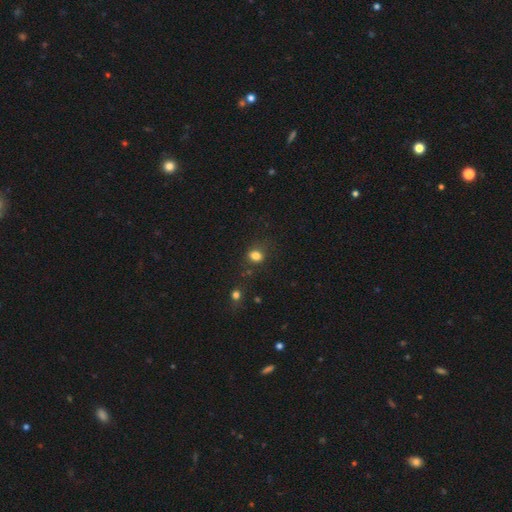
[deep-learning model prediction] Overall: smooth (80%). How rounded: round (52%; in between 47%). Merging: none (71%).